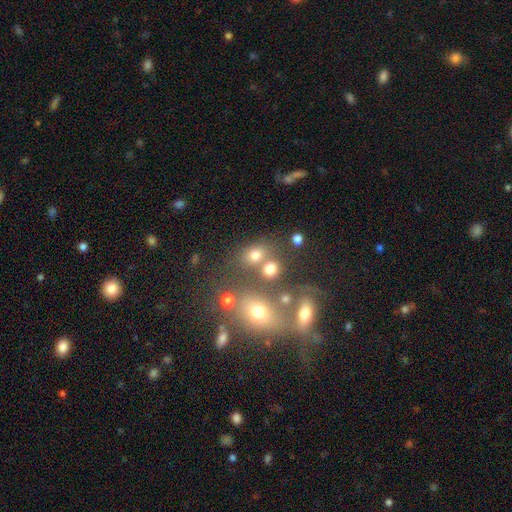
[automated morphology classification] smooth 63%, star or artifact 21%, featured or disk 16%. Down the decision tree: how rounded — in between (52%); merging — none (51%).